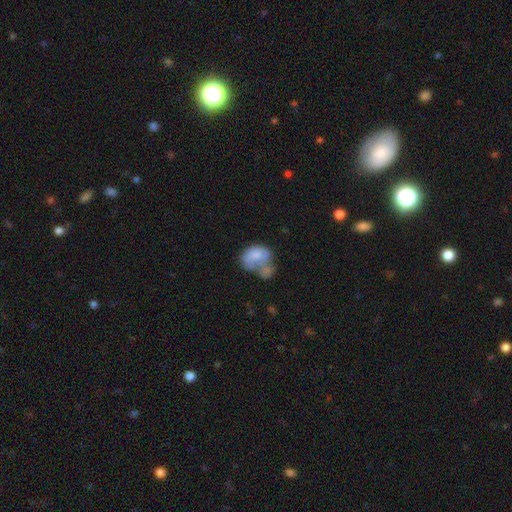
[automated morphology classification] type=smooth (65%); roundness=in between (72%); merging=merger (52%).